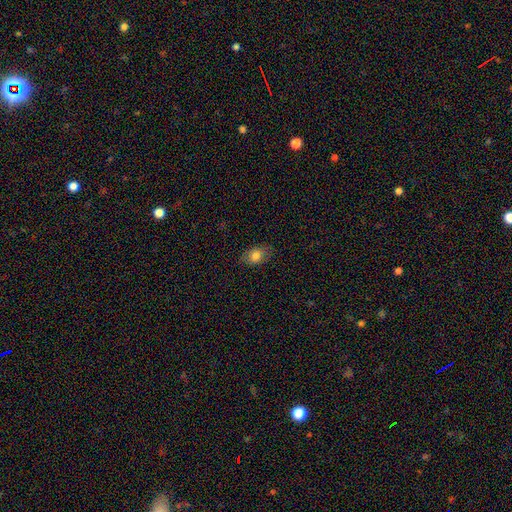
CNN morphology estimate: smooth_or_featured: smooth (p=0.79) [alt: featured or disk p=0.12]
how_rounded: in between (p=0.78) [alt: round p=0.21]
merging: none (p=0.81) [alt: minor disturbance p=0.15]